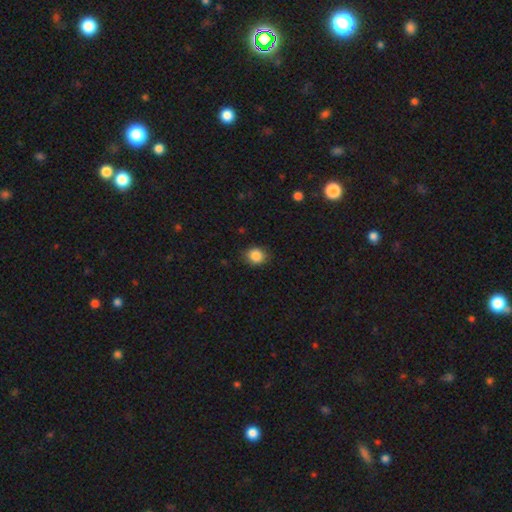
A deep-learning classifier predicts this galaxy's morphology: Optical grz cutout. It shows a smooth galaxy with no disk features (87%) that is round (69%). Merging: none (85%).